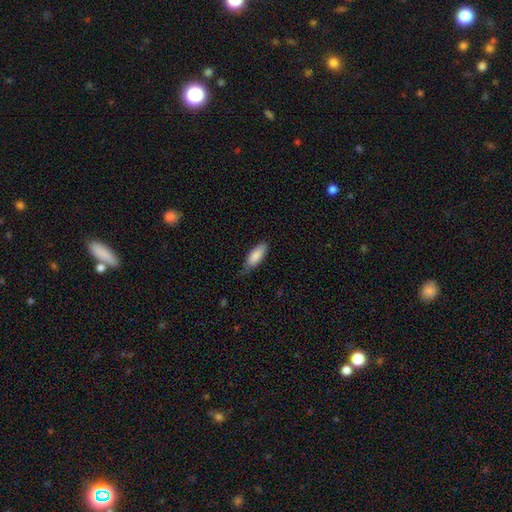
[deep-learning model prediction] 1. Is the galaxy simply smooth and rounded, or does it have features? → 86% smooth, 8% featured or disk, 6% star or artifact.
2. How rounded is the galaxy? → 69% in between, 29% cigar-shaped, 2% round.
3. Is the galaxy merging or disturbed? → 62% none, 31% minor disturbance, 5% major disturbance, 1% merger.